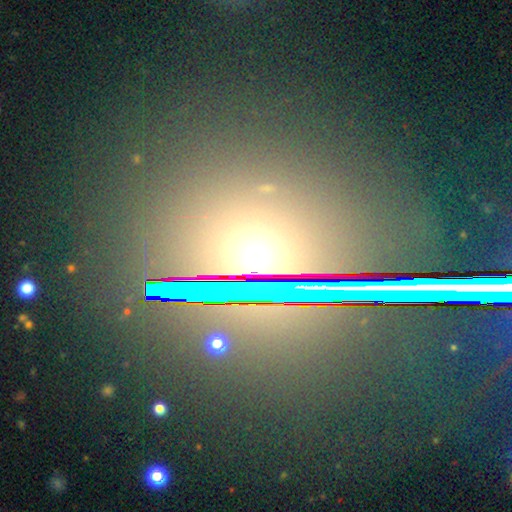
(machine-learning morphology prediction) type=star or artifact (43%).